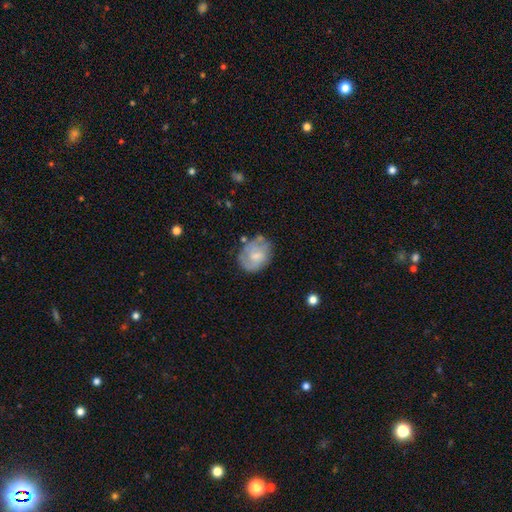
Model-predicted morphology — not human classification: This appears to be a smooth galaxy with no disk features (50%) that is round (55%). Merging: none (56%).